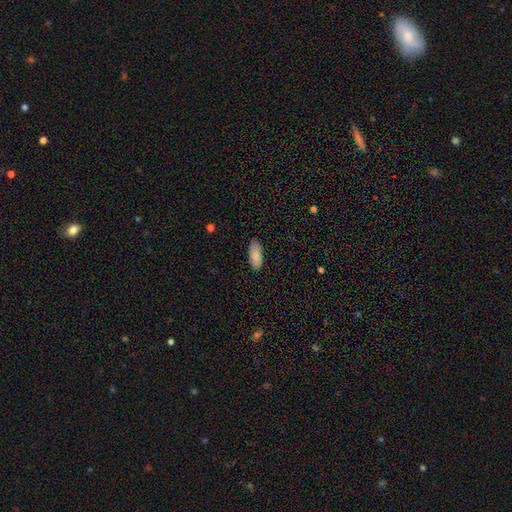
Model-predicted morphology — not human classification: Smooth or featured? Predicted: smooth (p=0.87). How rounded? Predicted: in between (p=0.86). Merging? Predicted: none (p=0.87).